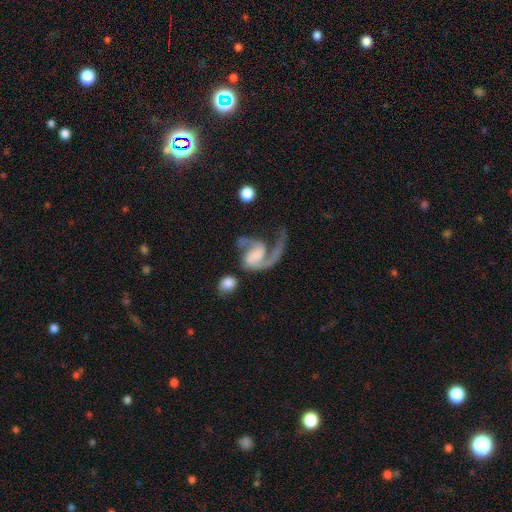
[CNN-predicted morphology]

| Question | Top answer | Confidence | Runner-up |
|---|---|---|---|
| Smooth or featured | featured or disk | 86% | smooth (9%) |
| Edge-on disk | no | 98% | yes (2%) |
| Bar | no | 51% | weak (32%) |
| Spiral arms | yes | 96% | no (4%) |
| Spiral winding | loose | 52% | medium (37%) |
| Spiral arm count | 2 | 65% | 1 (28%) |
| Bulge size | none | 50% | large (15%) |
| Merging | major disturbance | 37% | none (36%) |